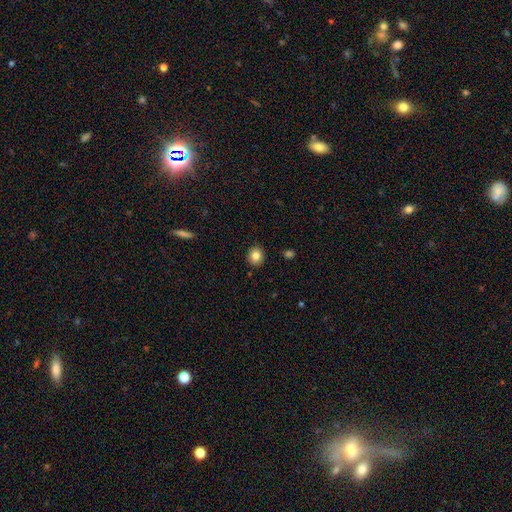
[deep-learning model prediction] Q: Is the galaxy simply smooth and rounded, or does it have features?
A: smooth — 83%.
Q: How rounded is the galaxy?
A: round — 84%.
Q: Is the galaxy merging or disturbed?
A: none — 91%.